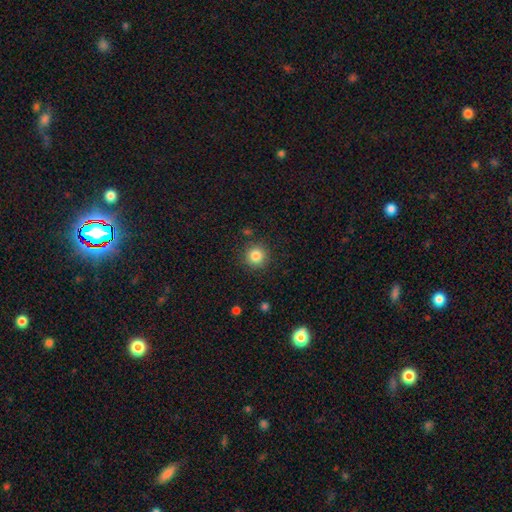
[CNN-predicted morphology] Smooth or featured? Predicted: smooth (p=0.84). How rounded? Predicted: round (p=0.95). Merging? Predicted: none (p=0.89).